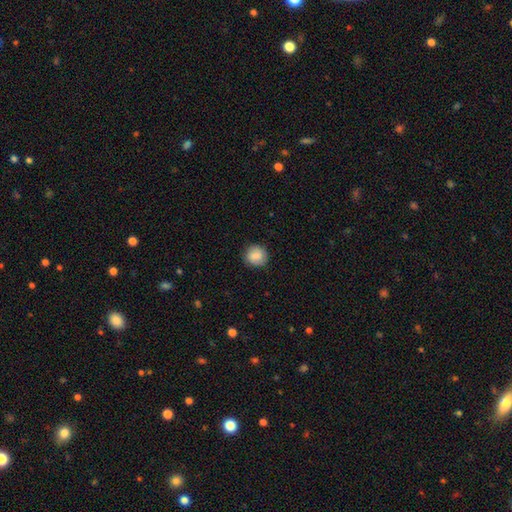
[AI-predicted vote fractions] This appears to be a smooth galaxy with no disk features (83%) that is round (87%). Merging: none (86%).